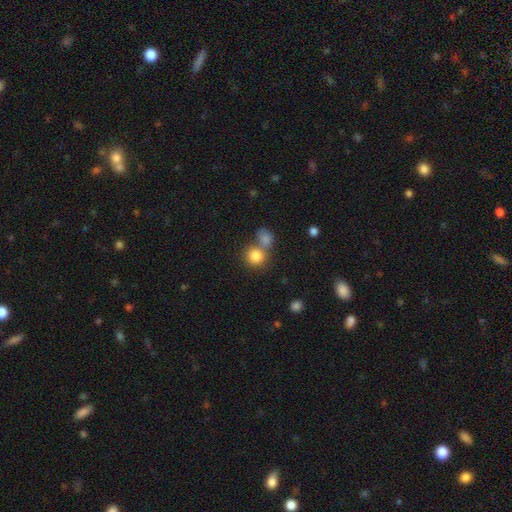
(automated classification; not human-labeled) Smooth or featured: smooth — 83% (star or artifact — 10%)
How rounded: round — 86% (in between — 13%)
Merging: none — 48% (merger — 40%)